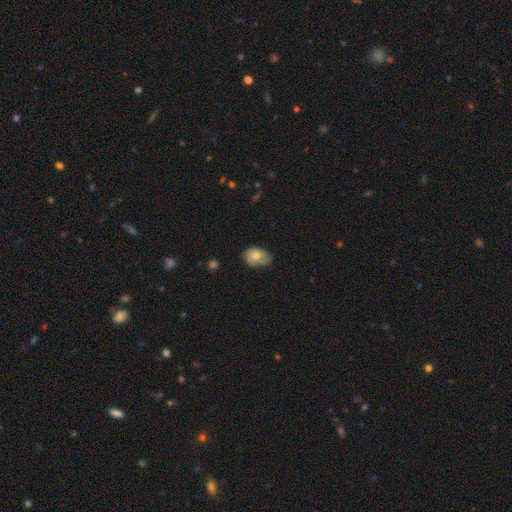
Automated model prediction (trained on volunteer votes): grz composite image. It shows a smooth galaxy with no disk features (54%) that is in between round and cigar-shaped (79%). Merging: none (59%).